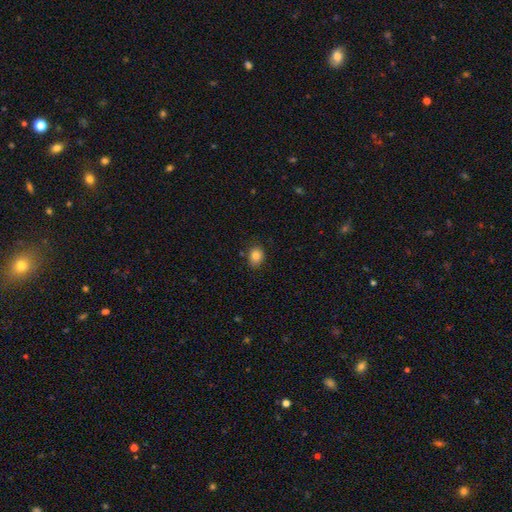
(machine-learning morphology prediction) Q: Smooth or featured?
A: smooth (84%); runner-up: star or artifact (10%)
Q: How rounded?
A: round (56%); runner-up: in between (43%)
Q: Merging?
A: none (78%); runner-up: minor disturbance (17%)